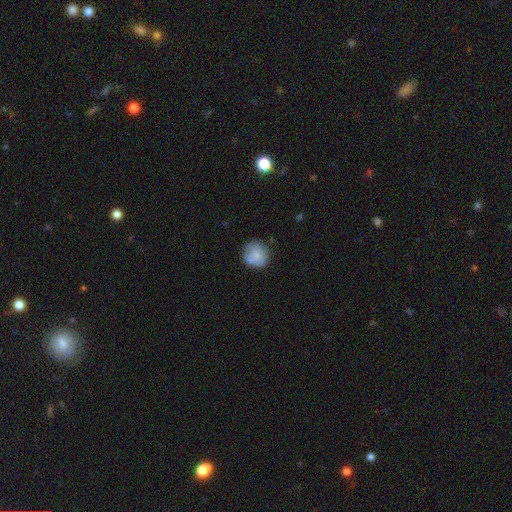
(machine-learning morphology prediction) Smooth or featured: smooth — 75% (featured or disk — 17%)
How rounded: round — 86% (in between — 13%)
Merging: none — 68% (minor disturbance — 22%)